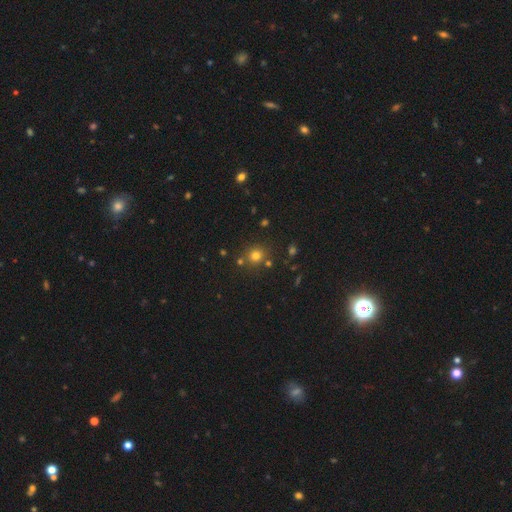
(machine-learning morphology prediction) smooth-or-featured: smooth: 73% | star or artifact: 19% | featured or disk: 8%
  how-rounded: round: 85% | in between: 14% | cigar-shaped: 1%
  merging: none: 77% | merger: 10% | minor disturbance: 9% | major disturbance: 3%